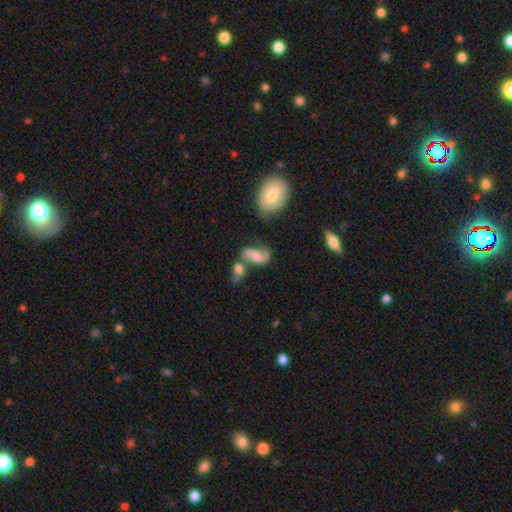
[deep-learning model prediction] A featured or disk galaxy (51%). Merging: none (36%).